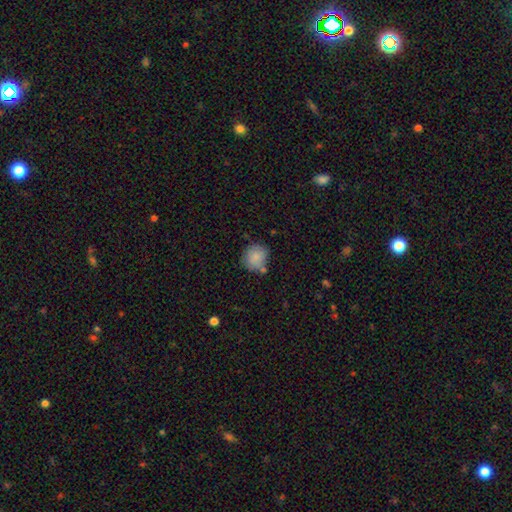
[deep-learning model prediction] A smooth galaxy with no disk features (85%) that is round (84%). Merging: none (63%).